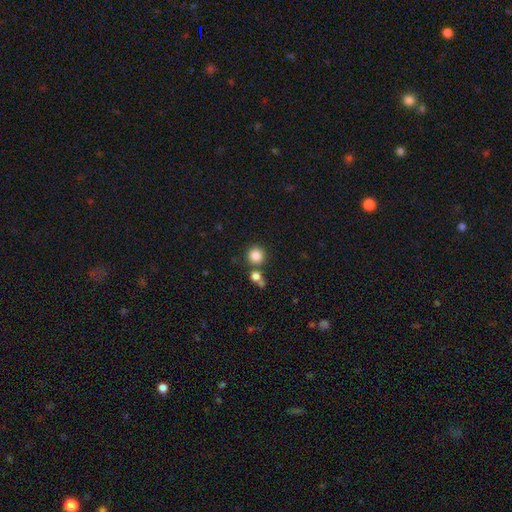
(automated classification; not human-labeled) Smooth or featured? smooth (85%)
How rounded? round (93%)
Merging? none (73%)